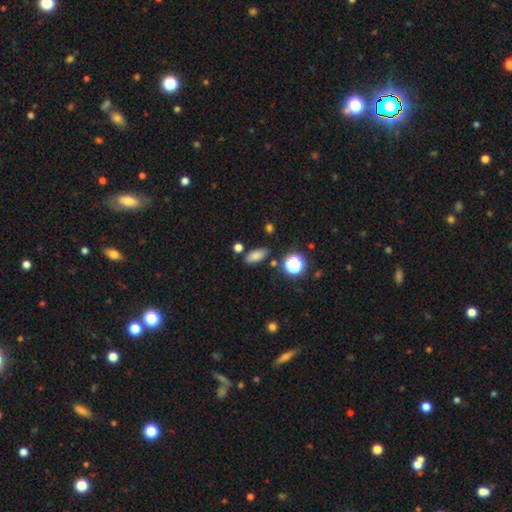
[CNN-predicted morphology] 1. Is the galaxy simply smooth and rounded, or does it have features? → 78% smooth, 14% star or artifact, 8% featured or disk.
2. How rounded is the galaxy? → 82% in between, 10% cigar-shaped, 9% round.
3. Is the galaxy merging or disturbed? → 81% none, 12% minor disturbance, 5% merger, 3% major disturbance.